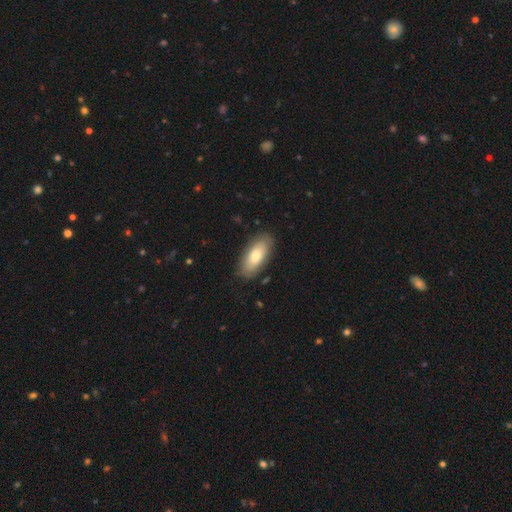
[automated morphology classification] Smooth or featured? Predicted: smooth (p=0.77). How rounded? Predicted: in between (p=0.86). Merging? Predicted: none (p=0.84).